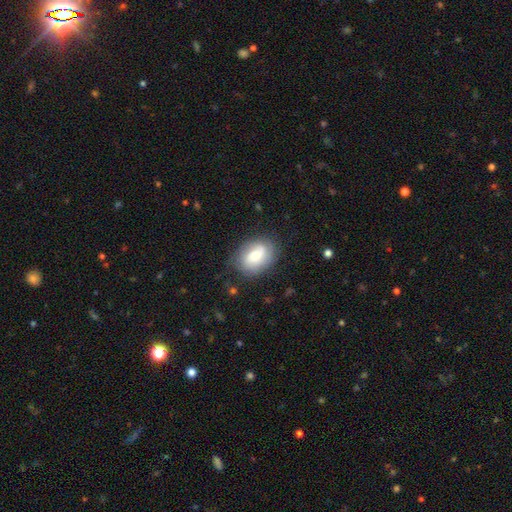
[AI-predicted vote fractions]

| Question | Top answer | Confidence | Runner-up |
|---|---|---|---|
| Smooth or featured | smooth | 58% | featured or disk (34%) |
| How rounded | in between | 74% | round (25%) |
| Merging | none | 72% | minor disturbance (19%) |